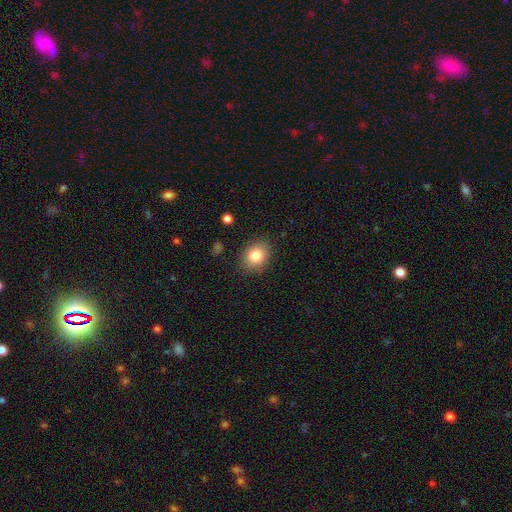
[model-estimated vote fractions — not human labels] Overall: smooth (83%). How rounded: round (52%; in between 47%). Merging: none (86%).